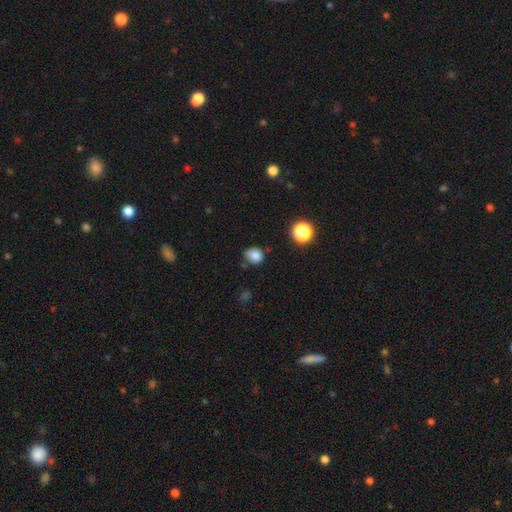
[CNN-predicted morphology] Smooth or featured?
  - smooth: 80% *
  - star or artifact: 12%
  - featured or disk: 7%
How rounded?
  - round: 68% *
  - in between: 31%
  - cigar-shaped: 1%
Merging?
  - none: 56% *
  - minor disturbance: 31%
  - major disturbance: 7%
  - merger: 5%